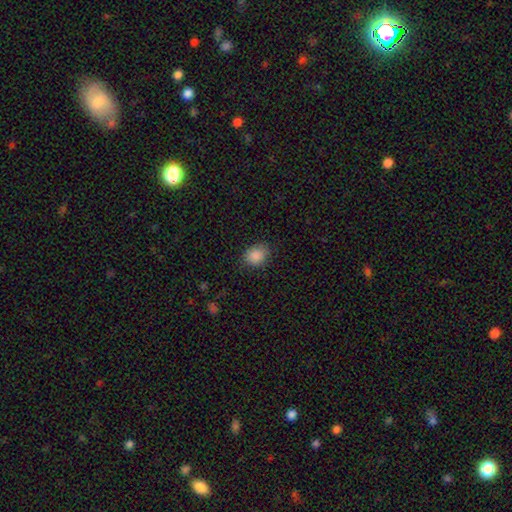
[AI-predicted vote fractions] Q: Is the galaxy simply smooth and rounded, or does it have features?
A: smooth — 88%.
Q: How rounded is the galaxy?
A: round — 51%.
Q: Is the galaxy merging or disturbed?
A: none — 80%.